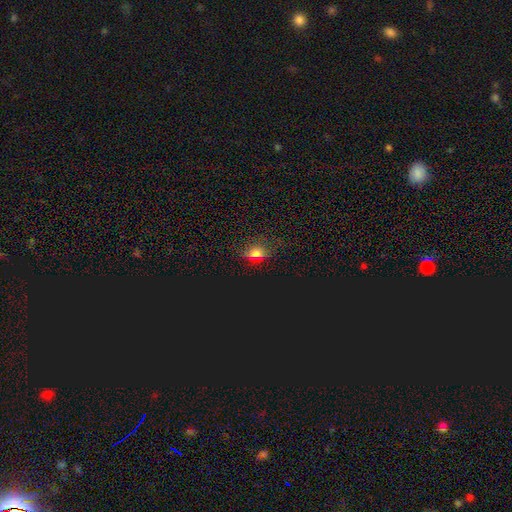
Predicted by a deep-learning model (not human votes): smooth-or-featured: smooth: 51% | star or artifact: 40% | featured or disk: 9%
  how-rounded: in between: 55% | round: 41% | cigar-shaped: 4%
  merging: none: 75% | minor disturbance: 15% | major disturbance: 7% | merger: 3%